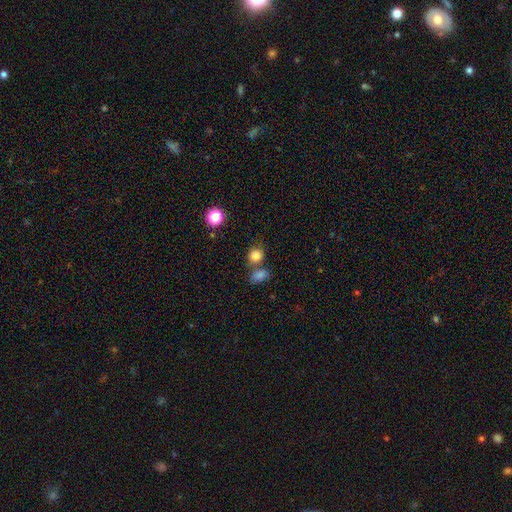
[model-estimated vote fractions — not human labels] Smooth or featured? smooth (82%)
How rounded? round (73%)
Merging? none (59%)